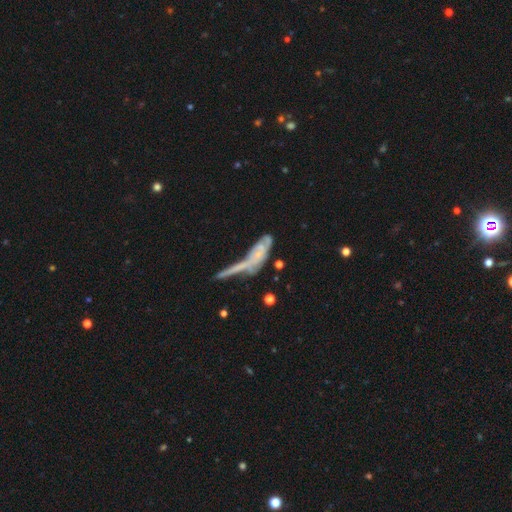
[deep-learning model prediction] A featured or disk galaxy (52%). Merging: merger (38%).